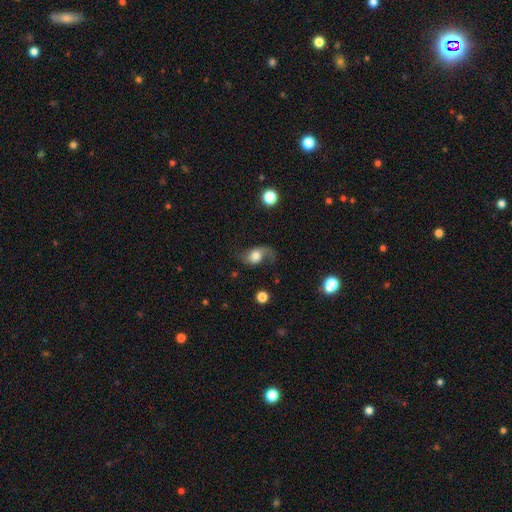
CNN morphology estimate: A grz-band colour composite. It shows a featured or disk galaxy (53%) with no bar (69%), spiral arms (89%) and a moderate central bulge (42%). Merging: none (51%).